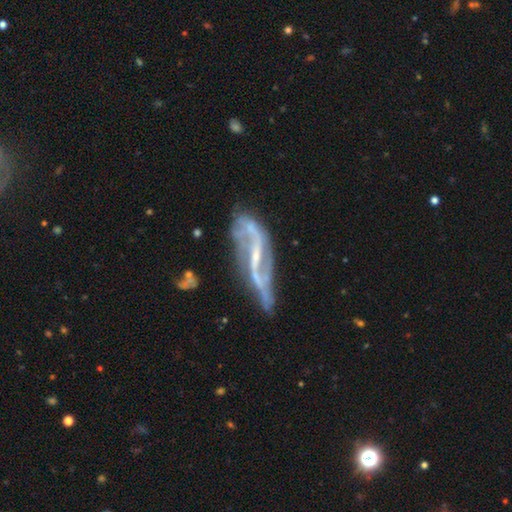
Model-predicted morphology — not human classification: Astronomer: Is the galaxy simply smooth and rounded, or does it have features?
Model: featured or disk — 85%.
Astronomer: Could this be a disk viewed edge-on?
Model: no — 84%.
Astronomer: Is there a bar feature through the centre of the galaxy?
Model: strong — 45% (runner-up: weak, 36%).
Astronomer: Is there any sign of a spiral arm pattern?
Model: yes — 90%.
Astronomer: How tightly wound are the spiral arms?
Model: loose — 58%.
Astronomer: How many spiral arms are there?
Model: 2 — 78%.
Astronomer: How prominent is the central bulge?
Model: small — 58%.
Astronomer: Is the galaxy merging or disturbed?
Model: none — 52%.